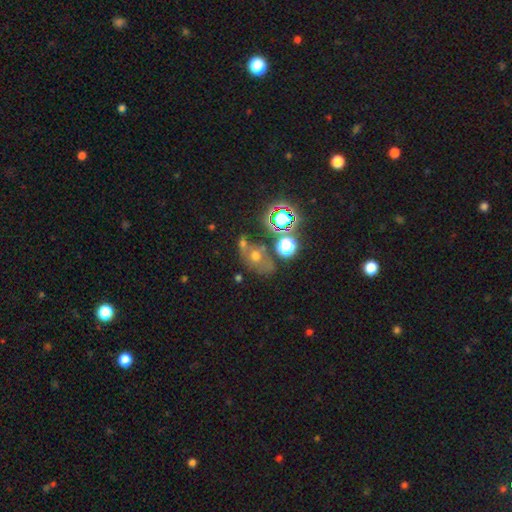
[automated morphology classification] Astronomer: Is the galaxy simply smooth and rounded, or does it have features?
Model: smooth — 49% (runner-up: star or artifact, 29%).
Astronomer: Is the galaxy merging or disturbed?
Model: none — 46% (runner-up: merger, 25%).